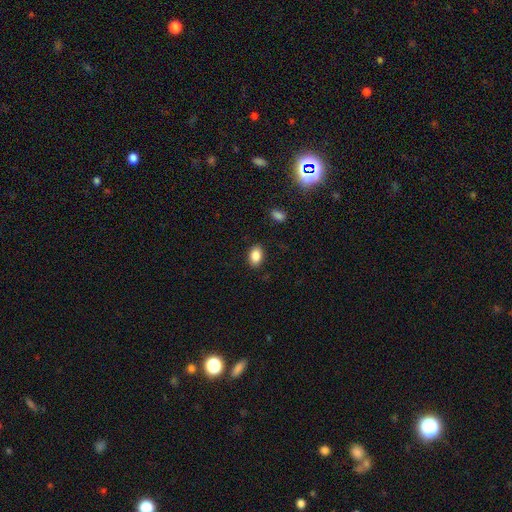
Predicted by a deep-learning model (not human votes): Overall: smooth (86%). How rounded: in between (85%). Merging: none (88%).